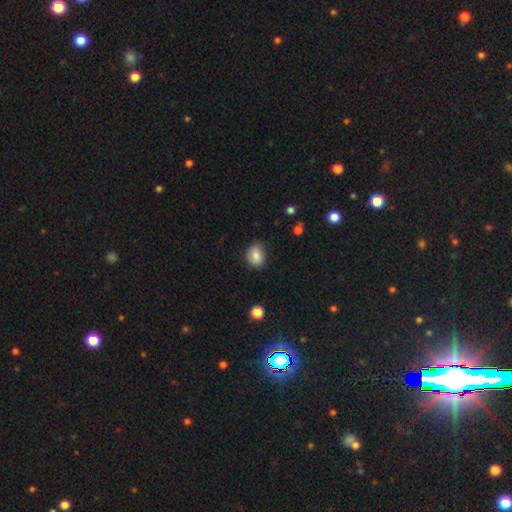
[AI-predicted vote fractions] Q: Smooth or featured?
A: smooth (83%); runner-up: star or artifact (9%)
Q: How rounded?
A: round (57%); runner-up: in between (42%)
Q: Merging?
A: none (76%); runner-up: minor disturbance (19%)